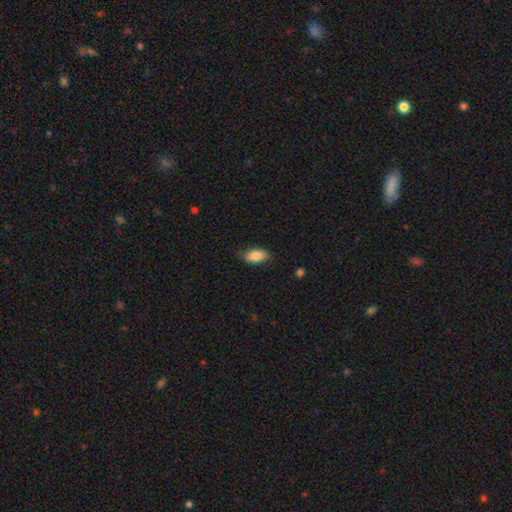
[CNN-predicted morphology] A smooth galaxy with no disk features (83%) that is in between round and cigar-shaped (91%).

Vote fractions:
- Smooth or featured? smooth: 83% / featured or disk: 11% / star or artifact: 7%
- How rounded? in between: 91% / round: 5% / cigar-shaped: 4%
- Merging? none: 75% / minor disturbance: 21% / major disturbance: 3% / merger: 1%